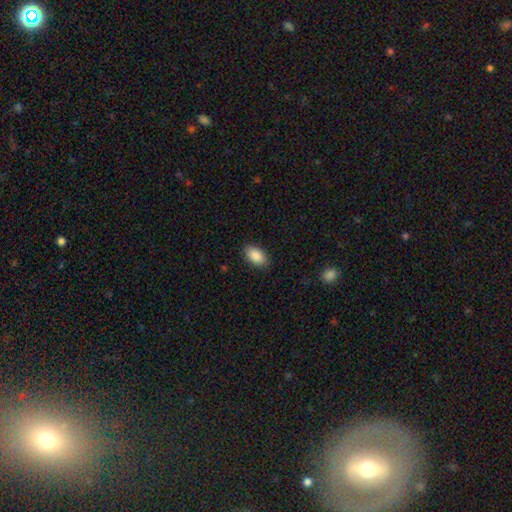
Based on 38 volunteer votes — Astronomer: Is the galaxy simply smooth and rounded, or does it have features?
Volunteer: smooth — 89%.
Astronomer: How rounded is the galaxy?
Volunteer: in between — 97%.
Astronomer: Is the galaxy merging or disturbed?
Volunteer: none — 75%.